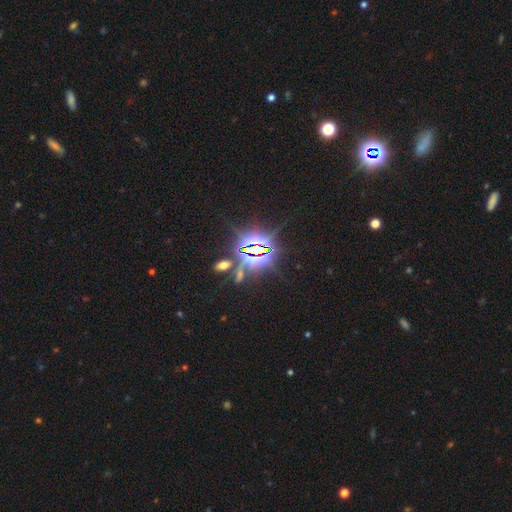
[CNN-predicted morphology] type=star or artifact (86%).